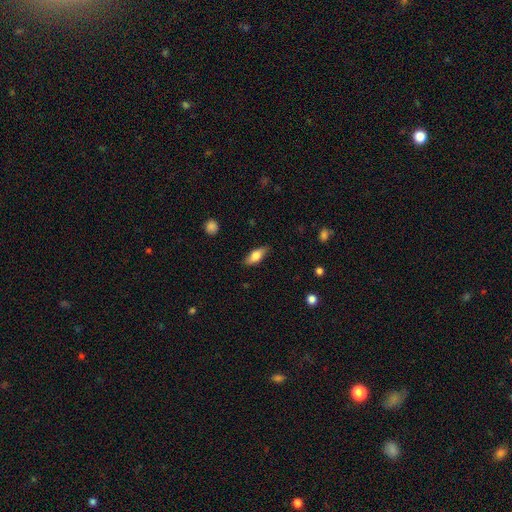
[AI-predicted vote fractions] Smooth or featured? Predicted: smooth (p=0.70). How rounded? Predicted: in between (p=0.75). Merging? Predicted: none (p=0.80).